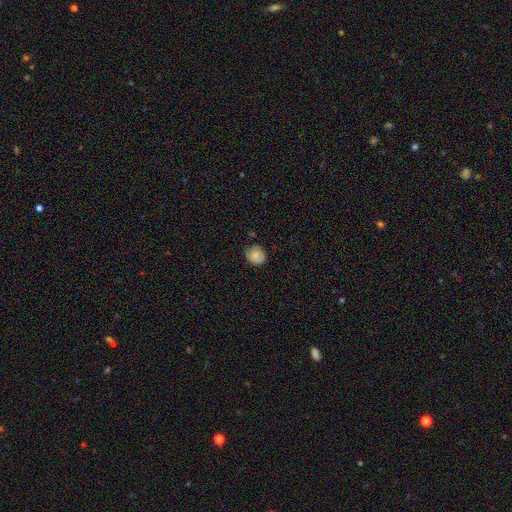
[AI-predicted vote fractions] A smooth galaxy with no disk features (79%) that is round (79%). Merging: none (72%).